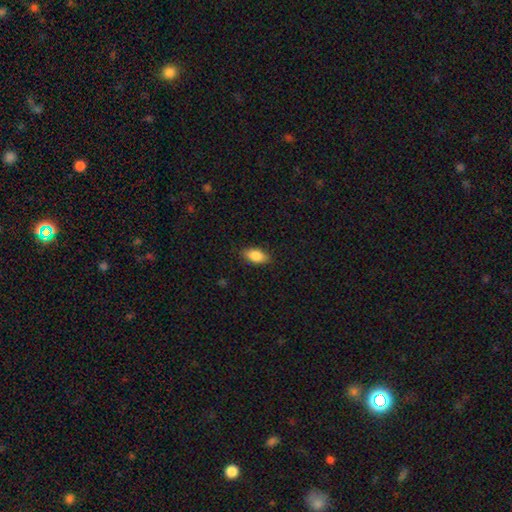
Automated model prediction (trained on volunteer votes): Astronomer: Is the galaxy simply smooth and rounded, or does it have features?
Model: smooth — 85%.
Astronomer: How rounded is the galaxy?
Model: in between — 89%.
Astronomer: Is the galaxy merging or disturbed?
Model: none — 86%.